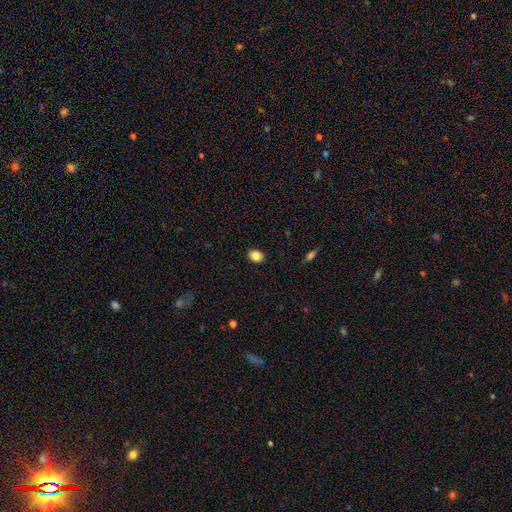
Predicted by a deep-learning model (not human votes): This is clearly a smooth galaxy (85%). How rounded: possibly in between (55%). Merging: clearly none (90%).